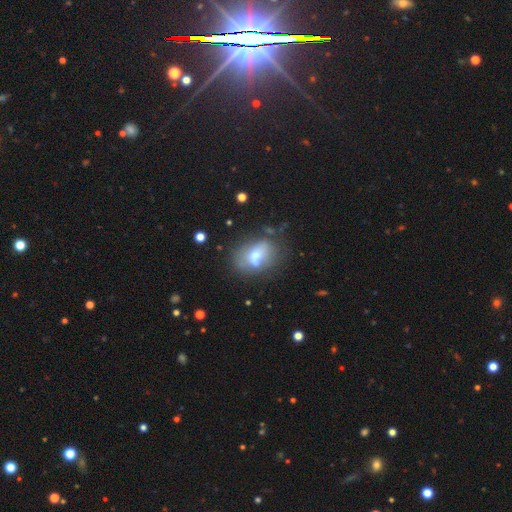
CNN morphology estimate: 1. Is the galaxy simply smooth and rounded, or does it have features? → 57% smooth, 33% featured or disk, 10% star or artifact.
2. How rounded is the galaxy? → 74% in between, 23% round, 2% cigar-shaped.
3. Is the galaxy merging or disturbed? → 44% none, 27% minor disturbance, 19% major disturbance, 10% merger.